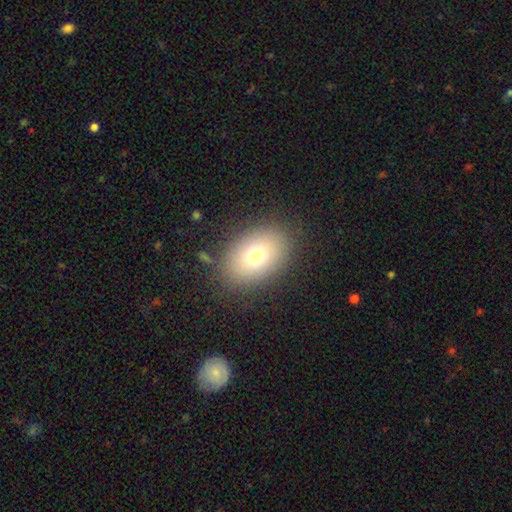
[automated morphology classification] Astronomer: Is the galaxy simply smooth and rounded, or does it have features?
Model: smooth — 75%.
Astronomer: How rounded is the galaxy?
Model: in between — 80%.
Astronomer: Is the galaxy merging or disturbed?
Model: none — 85%.